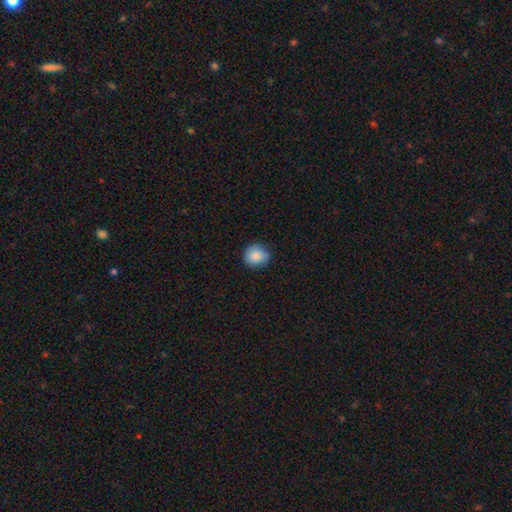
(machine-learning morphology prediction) A smooth galaxy with no disk features (87%) that is round (86%). Merging: none (83%).